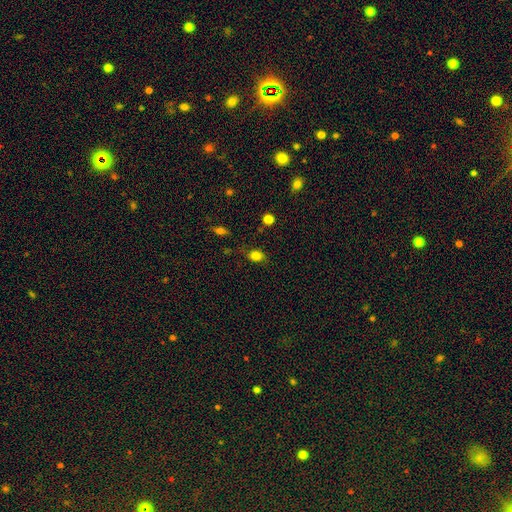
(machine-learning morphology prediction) smooth 82%, star or artifact 12%, featured or disk 6%. Down the decision tree: how rounded — in between (56%); merging — none (71%).